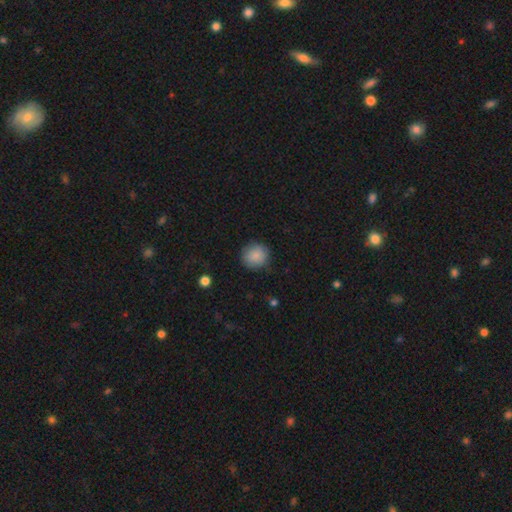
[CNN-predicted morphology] Smooth or featured? smooth (87%)
How rounded? round (91%)
Merging? none (85%)